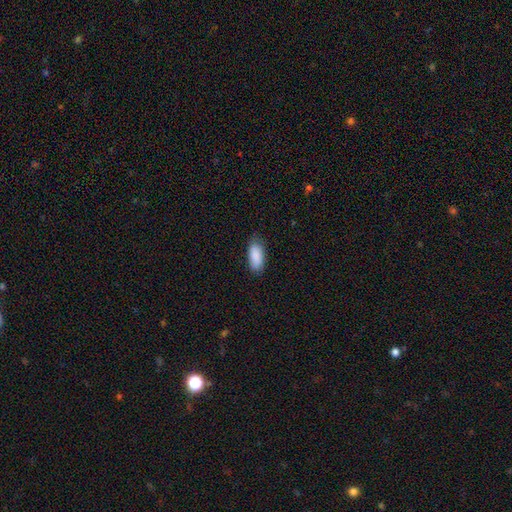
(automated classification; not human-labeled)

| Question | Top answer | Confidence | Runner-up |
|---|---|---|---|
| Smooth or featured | smooth | 90% | star or artifact (6%) |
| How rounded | in between | 89% | cigar-shaped (9%) |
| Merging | none | 79% | minor disturbance (17%) |